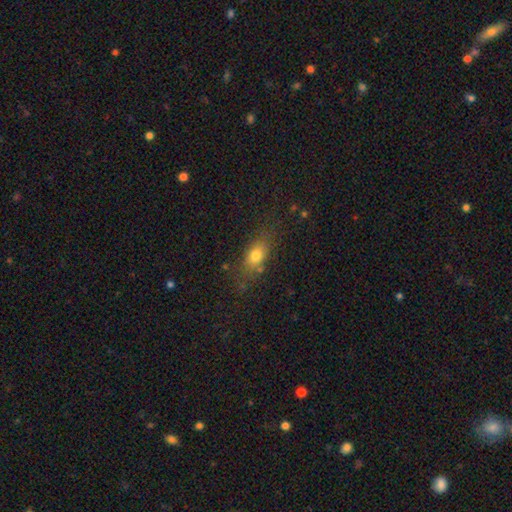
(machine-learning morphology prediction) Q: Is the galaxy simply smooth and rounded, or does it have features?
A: smooth — 75%.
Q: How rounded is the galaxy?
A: in between — 73%.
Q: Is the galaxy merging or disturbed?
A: none — 72%.